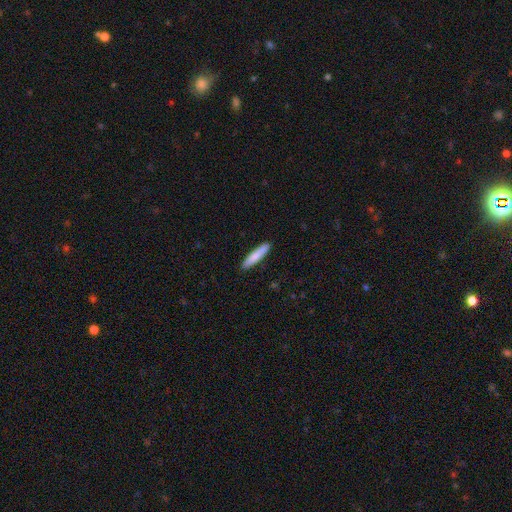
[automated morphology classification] smooth 81%, featured or disk 14%, star or artifact 5%. Down the decision tree: how rounded — cigar-shaped (89%); merging — none (90%).